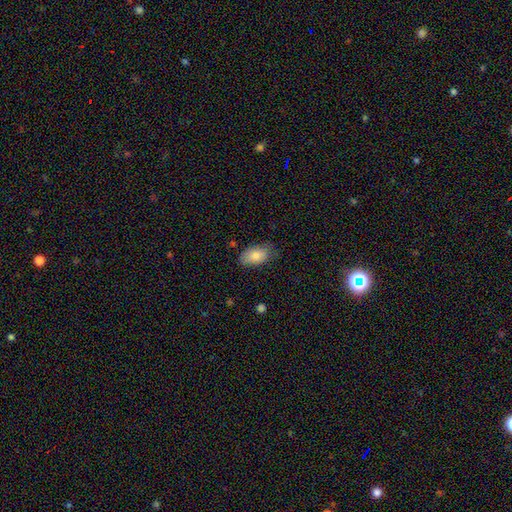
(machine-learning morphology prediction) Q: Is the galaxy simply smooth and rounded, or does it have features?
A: smooth — 83%.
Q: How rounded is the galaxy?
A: in between — 93%.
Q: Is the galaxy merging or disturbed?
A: none — 73%.